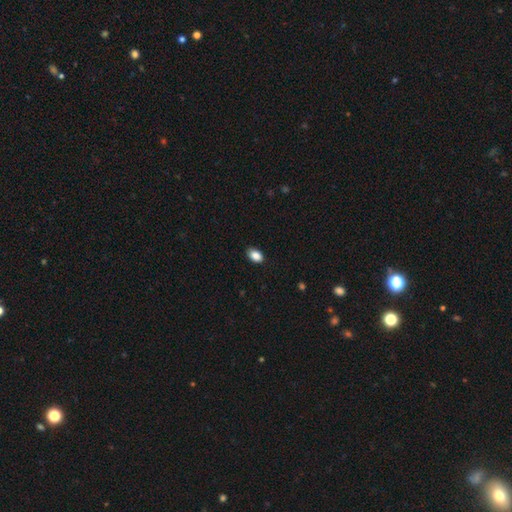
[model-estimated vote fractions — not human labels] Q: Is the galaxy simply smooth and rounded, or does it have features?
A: smooth — 88%.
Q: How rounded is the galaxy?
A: in between — 88%.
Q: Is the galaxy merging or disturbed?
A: none — 86%.